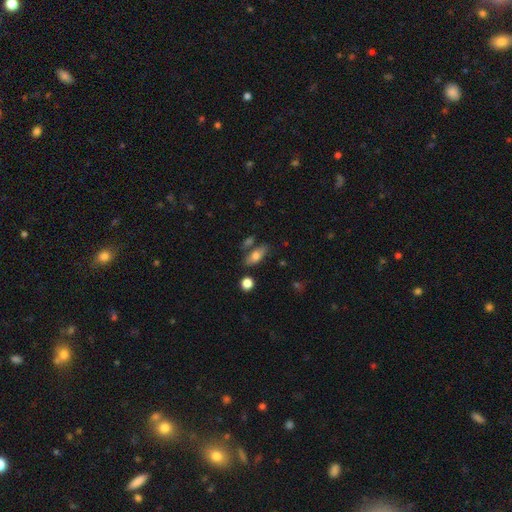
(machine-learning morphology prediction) A smooth galaxy with no disk features (70%) that is in between round and cigar-shaped (79%). Merging: none (65%).